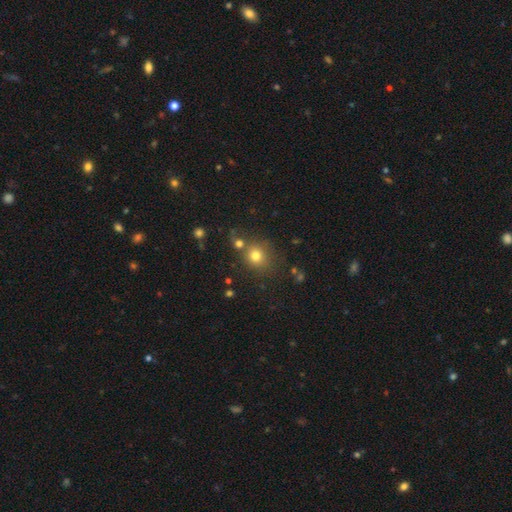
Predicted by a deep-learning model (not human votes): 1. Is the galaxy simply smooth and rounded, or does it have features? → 76% smooth, 15% star or artifact, 8% featured or disk.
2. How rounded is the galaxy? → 80% round, 19% in between, 1% cigar-shaped.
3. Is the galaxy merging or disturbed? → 68% none, 16% merger, 11% minor disturbance, 5% major disturbance.